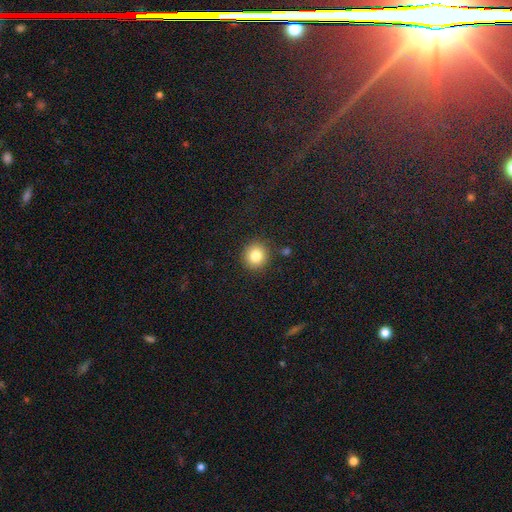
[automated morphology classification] This appears to be a smooth galaxy with no disk features (83%) that is round (90%). Merging: none (87%).